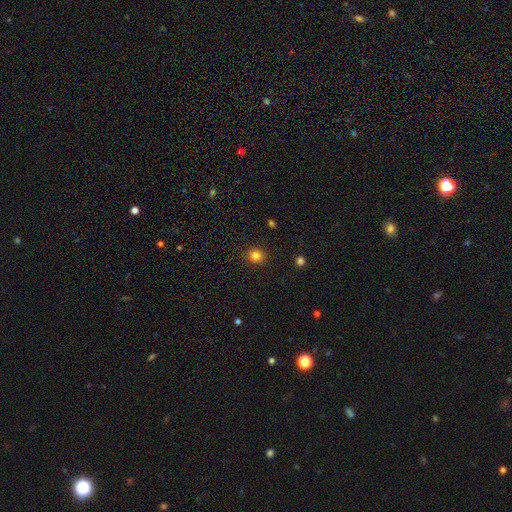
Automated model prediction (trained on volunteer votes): smooth 83%, star or artifact 13%, featured or disk 4%. Down the decision tree: how rounded — round (83%); merging — none (89%).